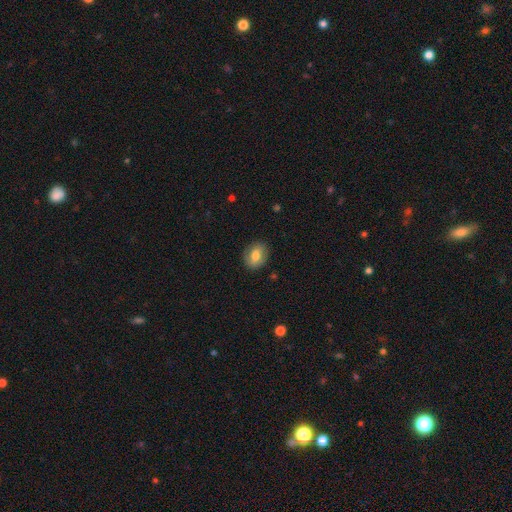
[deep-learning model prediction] smooth_or_featured: smooth (p=0.75) [alt: featured or disk p=0.17]
how_rounded: in between (p=0.53) [alt: round p=0.46]
merging: none (p=0.85) [alt: minor disturbance p=0.11]